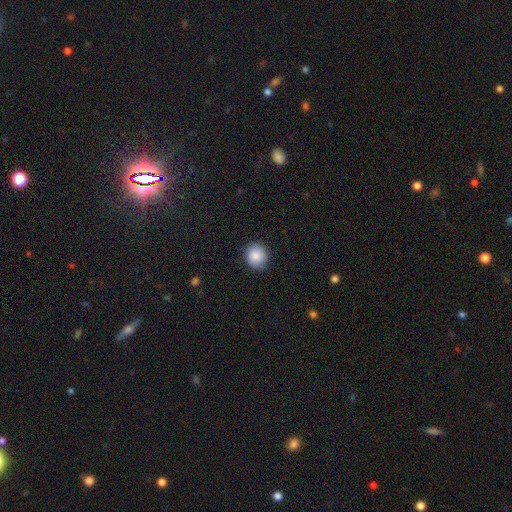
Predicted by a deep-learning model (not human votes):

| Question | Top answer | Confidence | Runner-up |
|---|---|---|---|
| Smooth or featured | smooth | 88% | star or artifact (7%) |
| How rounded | round | 79% | in between (20%) |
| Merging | none | 88% | minor disturbance (9%) |